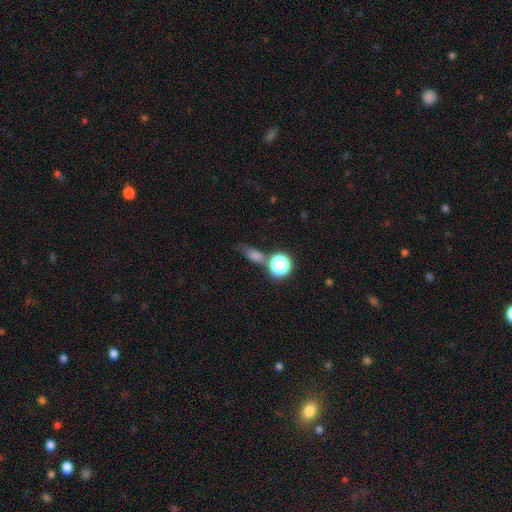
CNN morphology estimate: type=smooth (57%); roundness=in between (50%); merging=none (55%).